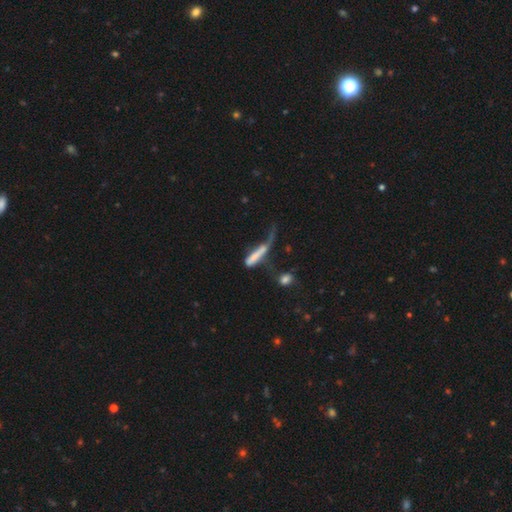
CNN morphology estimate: type=smooth (62%); roundness=cigar-shaped (74%); merging=major disturbance (47%).